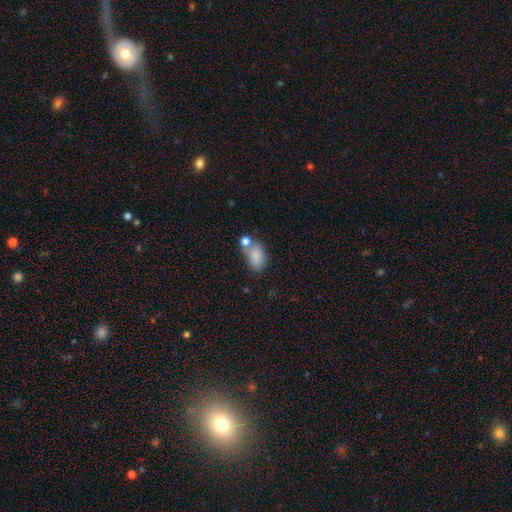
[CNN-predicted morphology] Smooth or featured?
  - smooth: 82% *
  - featured or disk: 9%
  - star or artifact: 8%
How rounded?
  - in between: 88% *
  - round: 11%
  - cigar-shaped: 2%
Merging?
  - none: 48% *
  - merger: 26%
  - minor disturbance: 19%
  - major disturbance: 8%